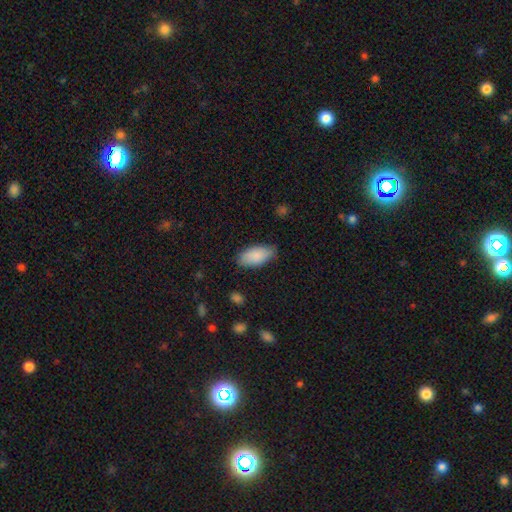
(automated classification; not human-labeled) The model was most divided on "merging": none: 79%, minor disturbance: 17%, major disturbance: 3%, merger: 1%. More confident: how rounded — in between (91%); smooth or featured — smooth (87%).